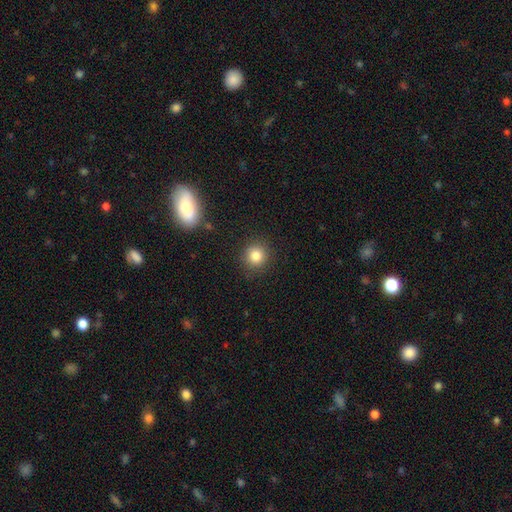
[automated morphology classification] smooth-or-featured: smooth: 83% | star or artifact: 11% | featured or disk: 6%
  how-rounded: round: 91% | in between: 8% | cigar-shaped: 1%
  merging: none: 89% | minor disturbance: 7% | major disturbance: 3% | merger: 1%